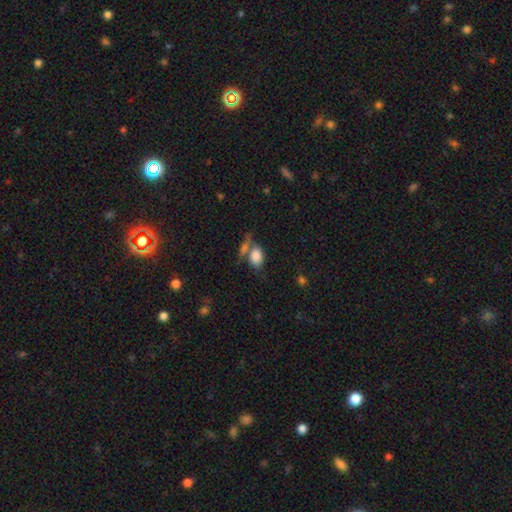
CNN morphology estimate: This appears to be a smooth galaxy with no disk features (84%) that is in between round and cigar-shaped (85%). Merging: none (40%).